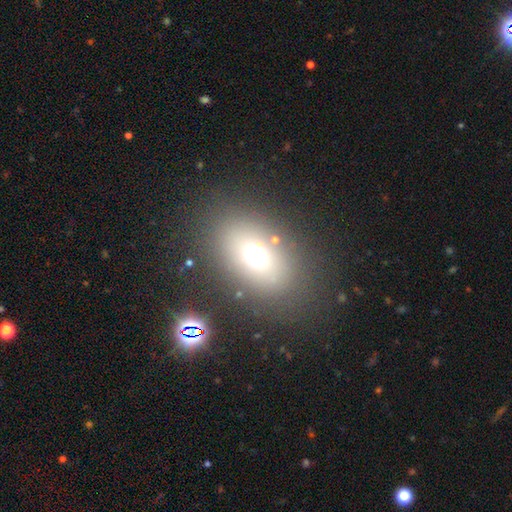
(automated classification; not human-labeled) smooth 61%, star or artifact 24%, featured or disk 16%. Down the decision tree: how rounded — in between (64%); merging — none (79%).